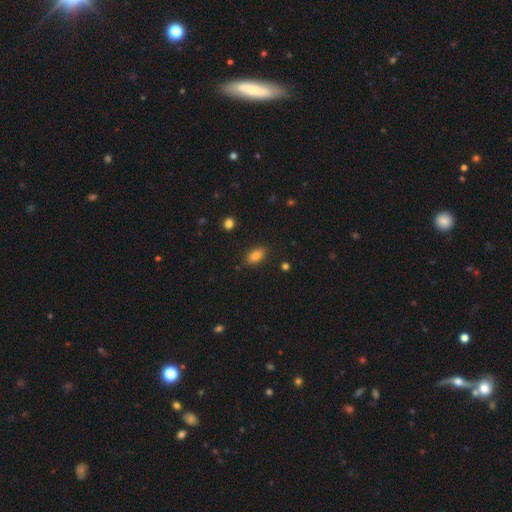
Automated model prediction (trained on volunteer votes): Q: Smooth or featured?
A: smooth (84%); runner-up: star or artifact (9%)
Q: How rounded?
A: in between (88%); runner-up: cigar-shaped (6%)
Q: Merging?
A: none (86%); runner-up: minor disturbance (10%)